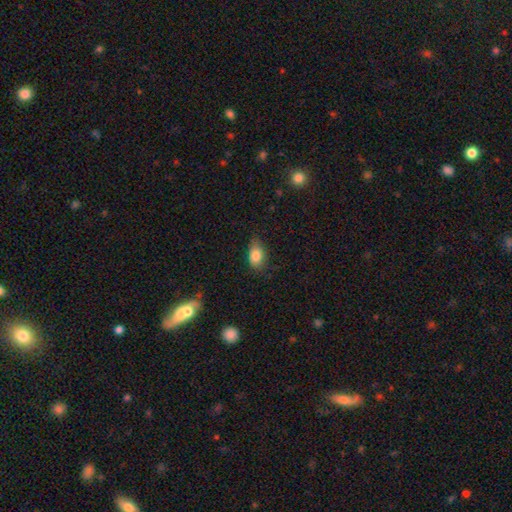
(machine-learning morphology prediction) Q: Smooth or featured?
A: smooth (83%); runner-up: star or artifact (8%)
Q: How rounded?
A: in between (85%); runner-up: round (13%)
Q: Merging?
A: none (67%); runner-up: minor disturbance (27%)